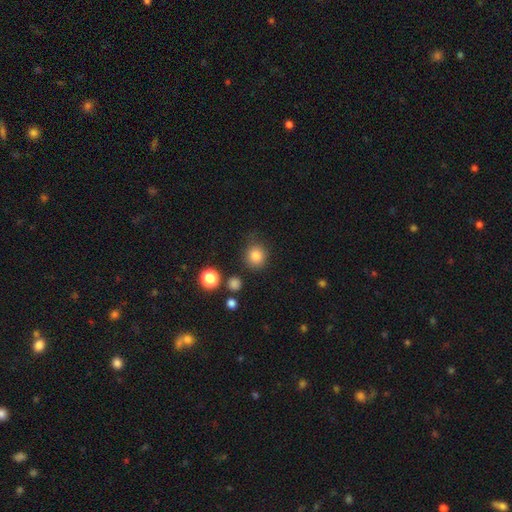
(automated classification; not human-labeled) Morphology: type=smooth (83%); roundness=round (88%); merging=none (81%).